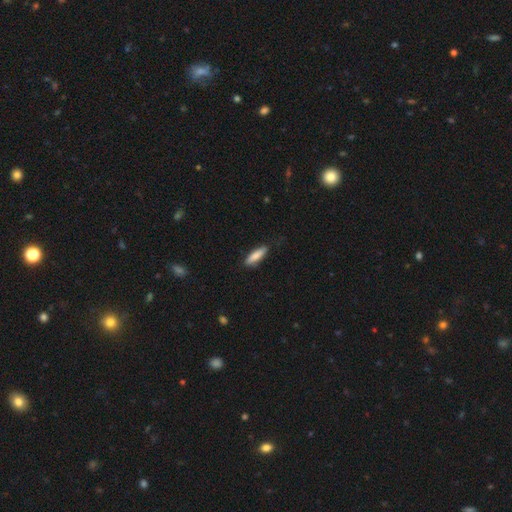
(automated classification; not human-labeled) This appears to be a smooth galaxy with no disk features (82%) that is cigar-shaped (61%). Merging: none (82%).